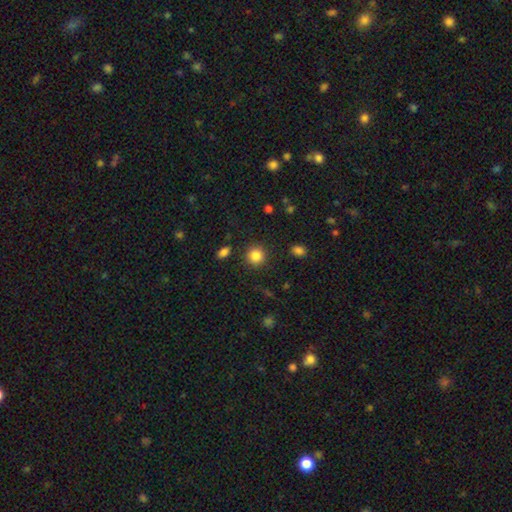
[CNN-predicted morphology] Smooth or featured?
  - smooth: 85% *
  - star or artifact: 10%
  - featured or disk: 5%
How rounded?
  - round: 91% *
  - in between: 8%
  - cigar-shaped: 1%
Merging?
  - none: 89% *
  - minor disturbance: 6%
  - major disturbance: 2%
  - merger: 2%